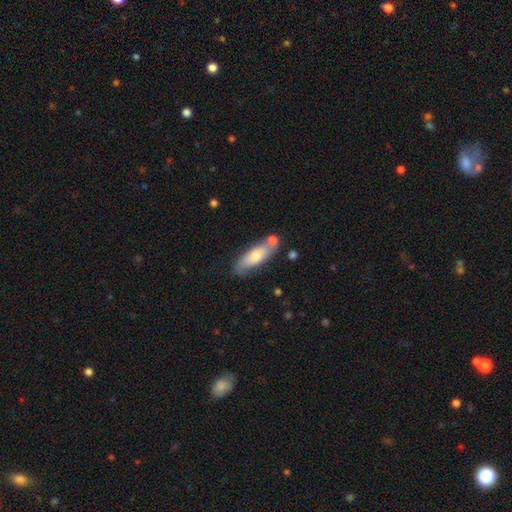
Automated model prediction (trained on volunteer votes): Q: Smooth or featured?
A: smooth (68%); runner-up: featured or disk (26%)
Q: How rounded?
A: in between (55%); runner-up: cigar-shaped (43%)
Q: Merging?
A: none (61%); runner-up: merger (18%)